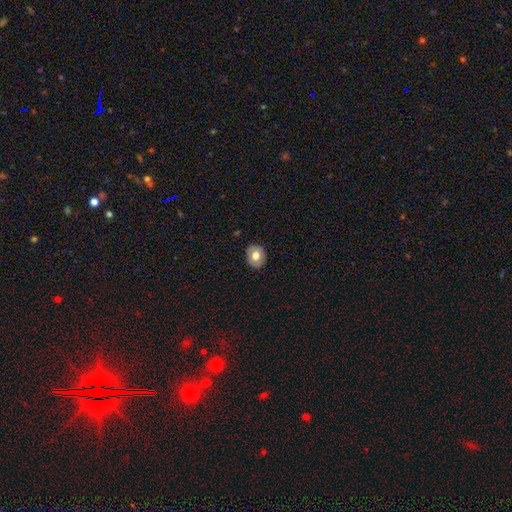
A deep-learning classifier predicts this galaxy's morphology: Smooth or featured: smooth — 66% (featured or disk — 27%)
How rounded: round — 65% (in between — 34%)
Merging: none — 88% (minor disturbance — 9%)